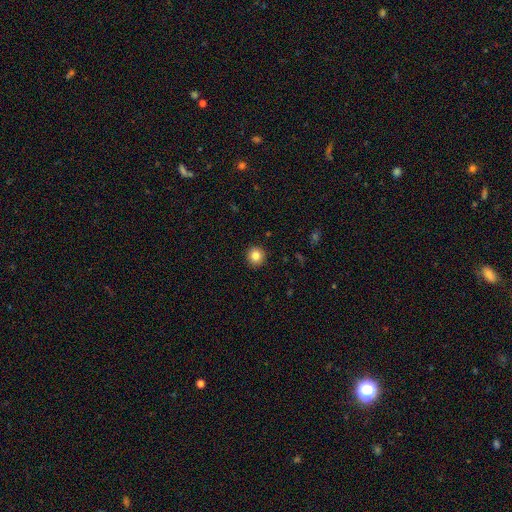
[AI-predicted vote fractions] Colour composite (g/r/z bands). It shows a smooth galaxy with no disk features (84%) that is round (94%). Merging: none (93%).